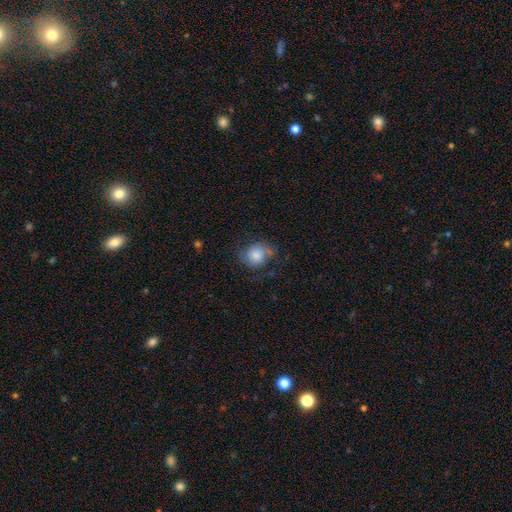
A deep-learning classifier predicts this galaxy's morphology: Smooth or featured? smooth (63%)
How rounded? round (68%)
Merging? none (56%)